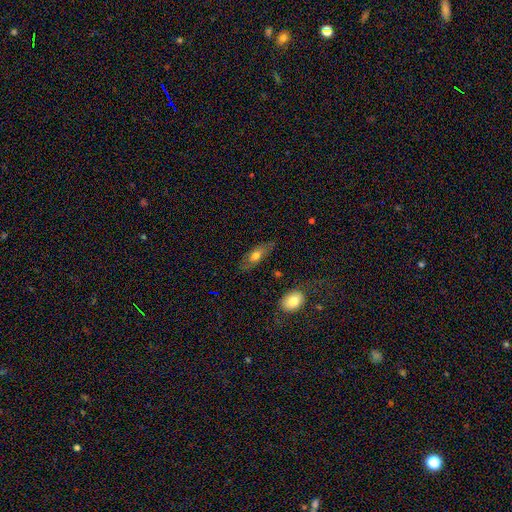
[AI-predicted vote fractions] Q: Smooth or featured?
A: smooth (57%); runner-up: featured or disk (35%)
Q: How rounded?
A: in between (68%); runner-up: cigar-shaped (27%)
Q: Merging?
A: none (77%); runner-up: minor disturbance (17%)